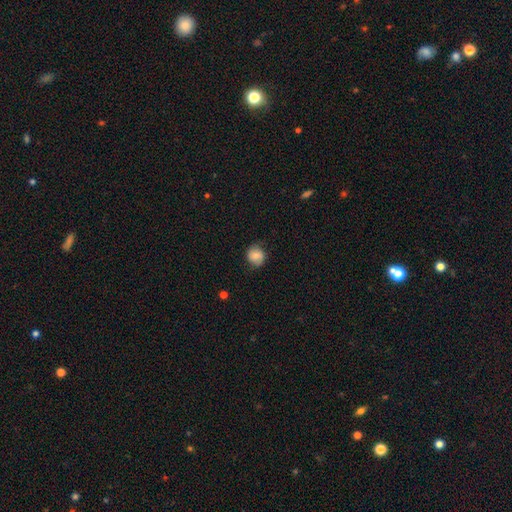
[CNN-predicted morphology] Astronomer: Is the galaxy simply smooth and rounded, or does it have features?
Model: smooth — 68%.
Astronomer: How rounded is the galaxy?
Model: round — 80%.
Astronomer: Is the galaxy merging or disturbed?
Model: none — 73%.